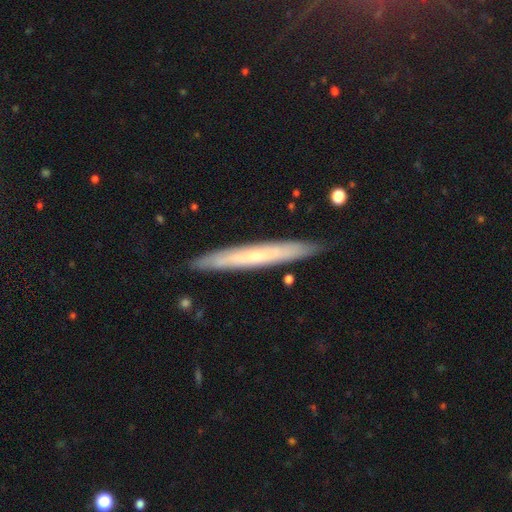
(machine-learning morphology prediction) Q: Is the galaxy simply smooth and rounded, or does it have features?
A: featured or disk — 53%.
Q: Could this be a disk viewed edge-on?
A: yes — 88%.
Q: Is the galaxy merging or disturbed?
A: none — 88%.